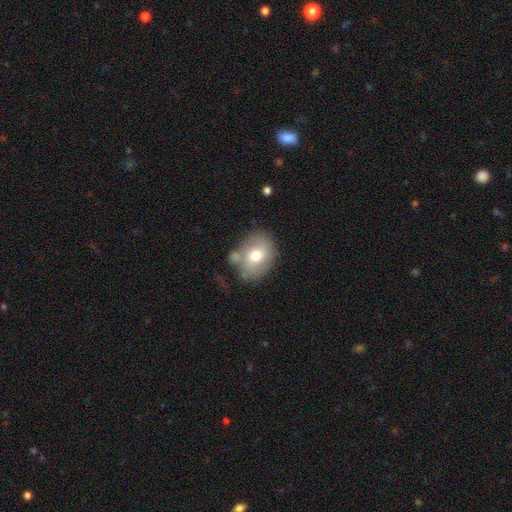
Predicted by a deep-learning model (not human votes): Smooth or featured: smooth — 66% (featured or disk — 27%)
How rounded: in between — 58% (round — 41%)
Merging: none — 56% (minor disturbance — 22%)